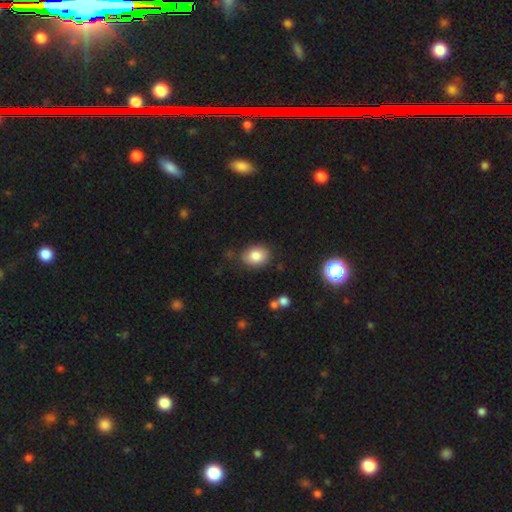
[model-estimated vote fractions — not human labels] Smooth or featured?
  - smooth: 82% *
  - star or artifact: 9%
  - featured or disk: 8%
How rounded?
  - in between: 60% *
  - round: 39%
  - cigar-shaped: 1%
Merging?
  - none: 78% *
  - minor disturbance: 16%
  - major disturbance: 3%
  - merger: 3%